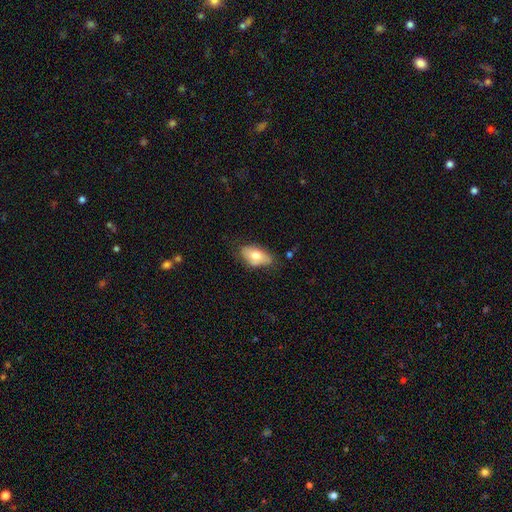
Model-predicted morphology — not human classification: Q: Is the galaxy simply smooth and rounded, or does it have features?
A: smooth — 71%.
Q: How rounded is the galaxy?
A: in between — 91%.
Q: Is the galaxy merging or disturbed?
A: none — 62%.